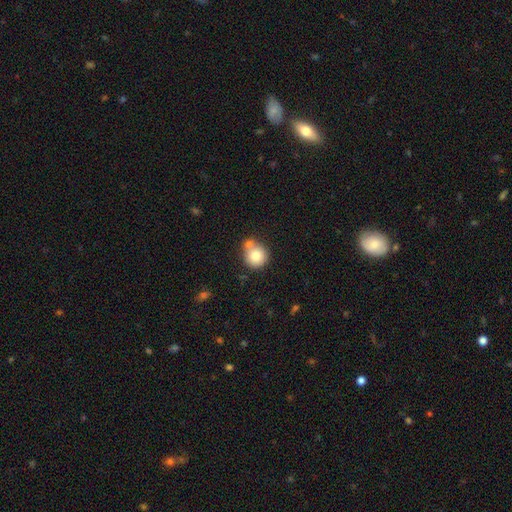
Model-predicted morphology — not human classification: The model was most divided on "merging": none: 53%, merger: 31%, minor disturbance: 12%, major disturbance: 3%. More confident: how rounded — round (90%); smooth or featured — smooth (79%).